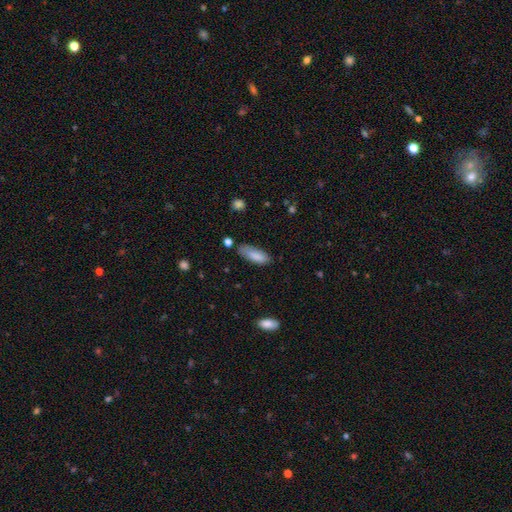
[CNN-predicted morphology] Q: Smooth or featured?
A: smooth (85%); runner-up: featured or disk (9%)
Q: How rounded?
A: in between (70%); runner-up: cigar-shaped (29%)
Q: Merging?
A: none (69%); runner-up: minor disturbance (23%)